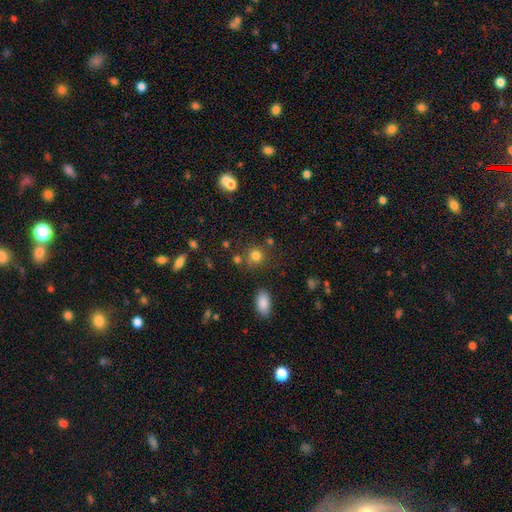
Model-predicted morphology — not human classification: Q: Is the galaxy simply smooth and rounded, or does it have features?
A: smooth — 79%.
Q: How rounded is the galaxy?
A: round — 84%.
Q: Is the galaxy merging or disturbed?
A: none — 73%.